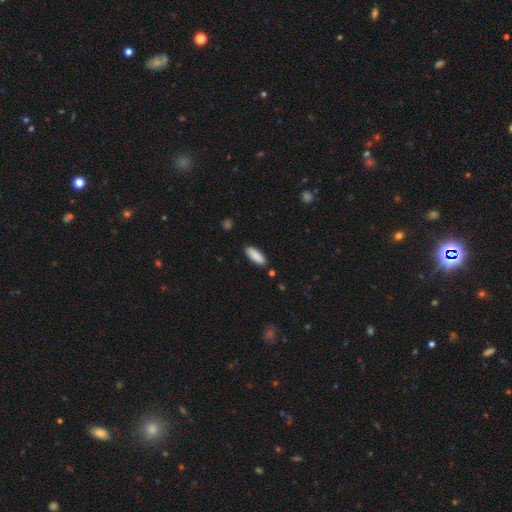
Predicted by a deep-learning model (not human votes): Q: Smooth or featured?
A: smooth (89%); runner-up: star or artifact (6%)
Q: How rounded?
A: in between (62%); runner-up: cigar-shaped (36%)
Q: Merging?
A: none (87%); runner-up: minor disturbance (9%)